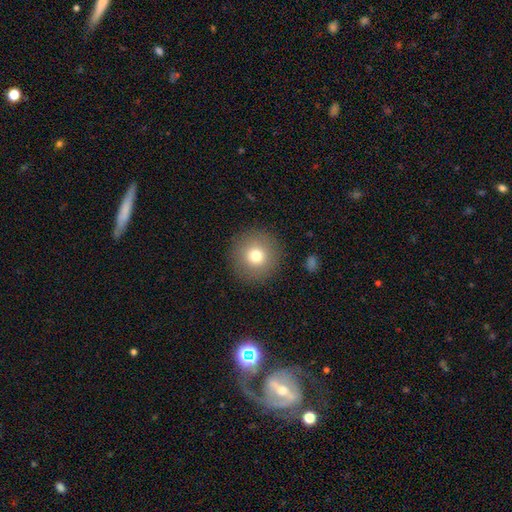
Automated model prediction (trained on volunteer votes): Morphology: type=smooth (76%); roundness=round (96%); merging=none (90%).